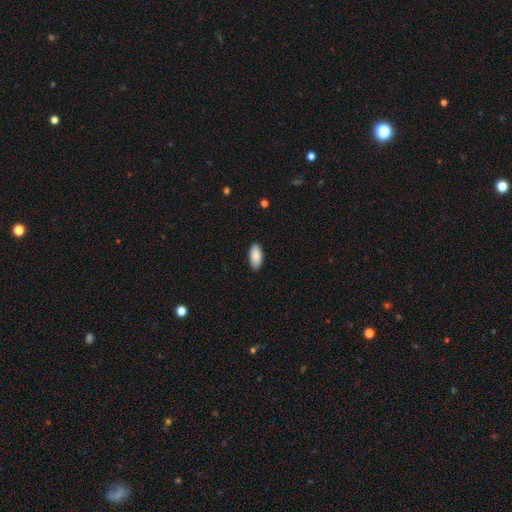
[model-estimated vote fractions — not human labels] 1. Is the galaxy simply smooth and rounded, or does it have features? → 89% smooth, 6% star or artifact, 5% featured or disk.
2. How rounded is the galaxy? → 94% in between, 4% cigar-shaped, 2% round.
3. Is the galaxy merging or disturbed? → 89% none, 9% minor disturbance, 2% major disturbance, 1% merger.